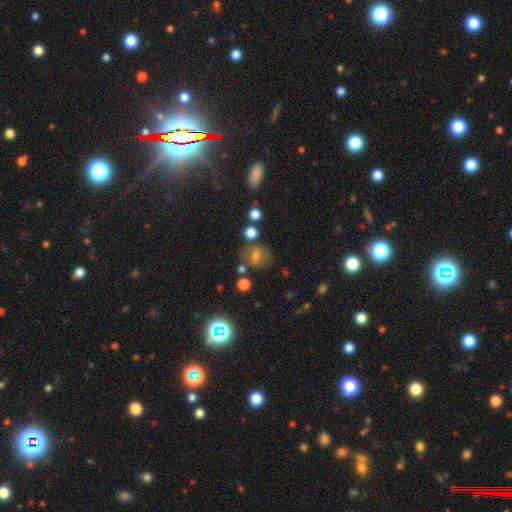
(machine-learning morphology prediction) smooth_or_featured: smooth (p=0.55) [alt: star or artifact p=0.26]
how_rounded: round (p=0.59) [alt: in between p=0.39]
merging: none (p=0.67) [alt: minor disturbance p=0.16]